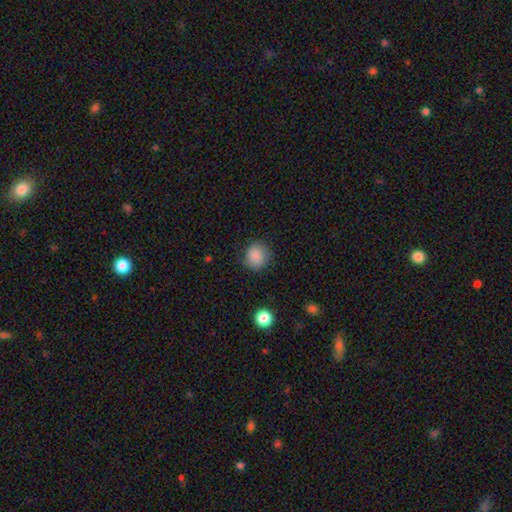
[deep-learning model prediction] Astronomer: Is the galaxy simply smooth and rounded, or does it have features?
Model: smooth — 86%.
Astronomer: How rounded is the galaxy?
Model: round — 85%.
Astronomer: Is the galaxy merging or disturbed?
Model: none — 78%.